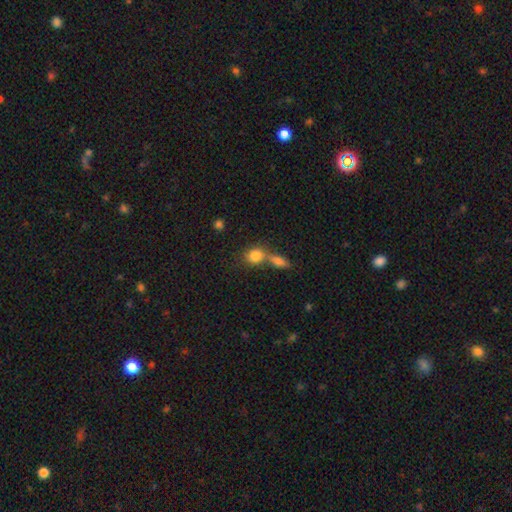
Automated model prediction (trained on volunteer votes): Smooth or featured? Predicted: smooth (p=0.82). How rounded? Predicted: round (p=0.56). Merging? Predicted: merger (p=0.52).